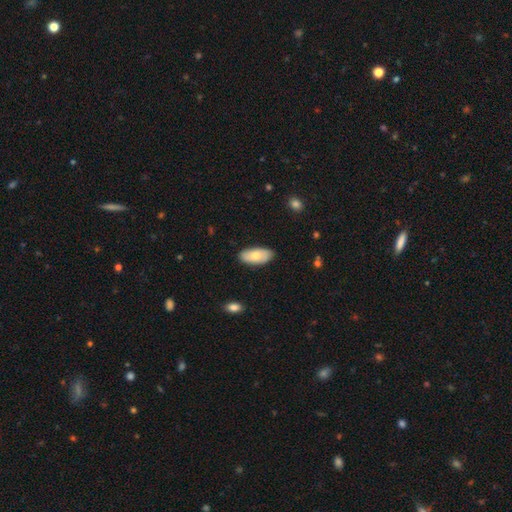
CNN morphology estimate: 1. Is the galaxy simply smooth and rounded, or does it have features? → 74% smooth, 21% featured or disk, 6% star or artifact.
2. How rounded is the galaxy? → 91% in between, 7% cigar-shaped, 2% round.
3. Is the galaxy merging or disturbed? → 85% none, 12% minor disturbance, 2% major disturbance, 1% merger.